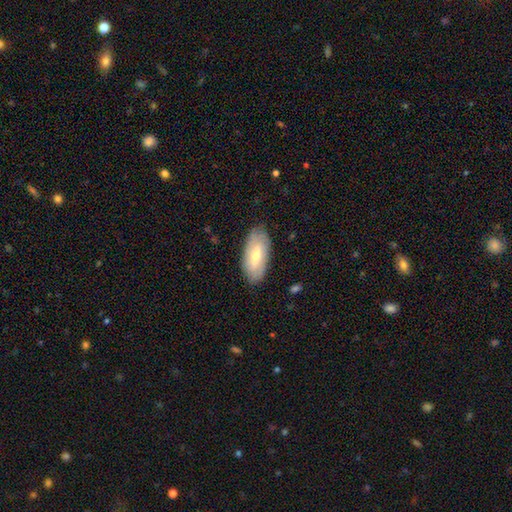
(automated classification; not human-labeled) smooth-or-featured: smooth: 47% (tied) | featured or disk: 47% (tied) | star or artifact: 7%
  merging: none: 84% | minor disturbance: 13% | major disturbance: 3% | merger: 1%